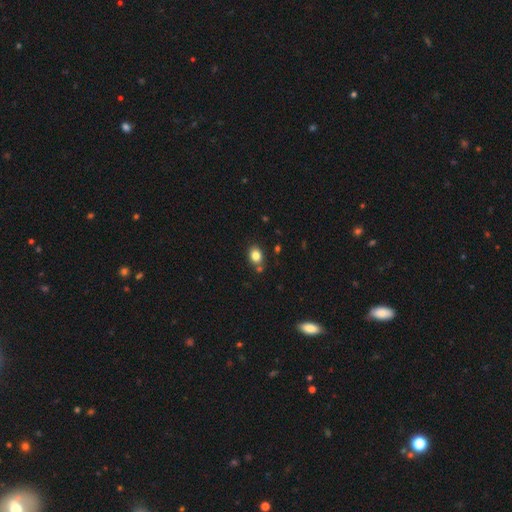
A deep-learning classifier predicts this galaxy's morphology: Smooth or featured? Predicted: smooth (p=0.82). How rounded? Predicted: in between (p=0.59). Merging? Predicted: none (p=0.77).